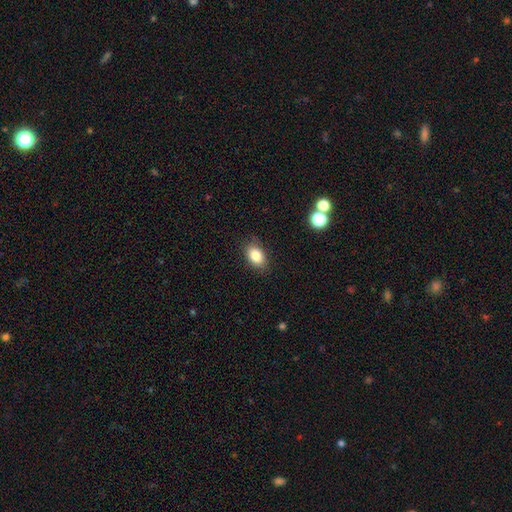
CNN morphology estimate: smooth_or_featured: smooth (p=0.83) [alt: star or artifact p=0.09]
how_rounded: in between (p=0.84) [alt: round p=0.15]
merging: none (p=0.84) [alt: minor disturbance p=0.12]